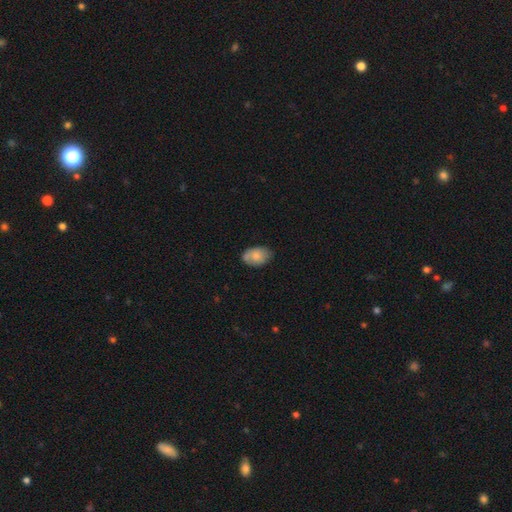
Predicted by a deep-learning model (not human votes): This is likely a smooth galaxy (77%). How rounded: clearly in between (89%). Merging: likely none (68%).